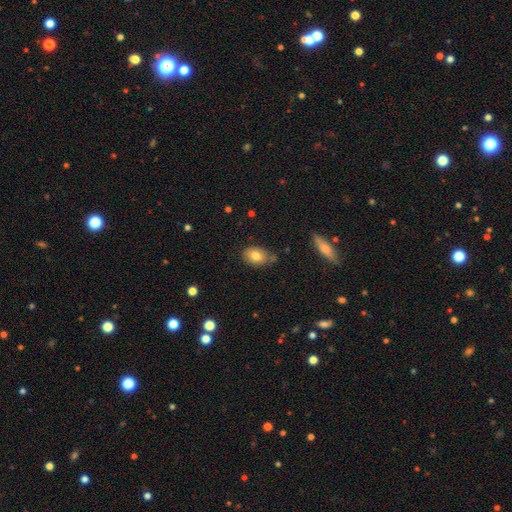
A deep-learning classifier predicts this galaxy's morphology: This appears to be a smooth galaxy with no disk features (79%) that is in between round and cigar-shaped (75%). Merging: none (68%).